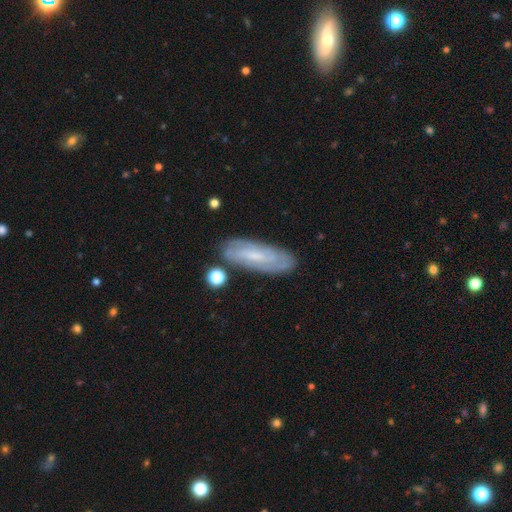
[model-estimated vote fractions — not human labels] Q: Smooth or featured?
A: featured or disk (59%); runner-up: smooth (33%)
Q: Edge-on disk?
A: no (80%); runner-up: yes (20%)
Q: Merging?
A: none (77%); runner-up: minor disturbance (15%)